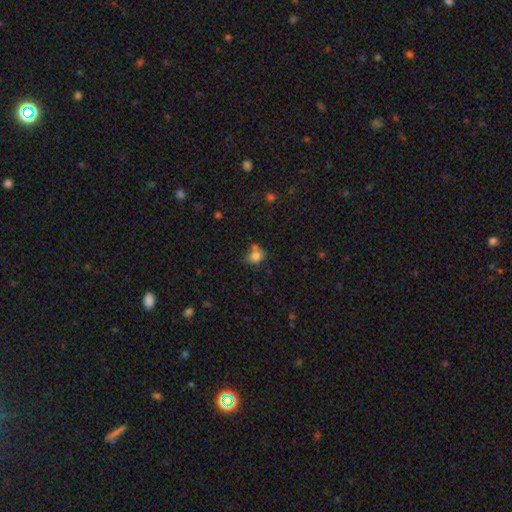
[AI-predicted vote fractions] Smooth or featured?
  - smooth: 80% *
  - star or artifact: 12%
  - featured or disk: 8%
How rounded?
  - round: 58% *
  - in between: 41%
  - cigar-shaped: 1%
Merging?
  - none: 49% *
  - merger: 24%
  - minor disturbance: 19%
  - major disturbance: 7%